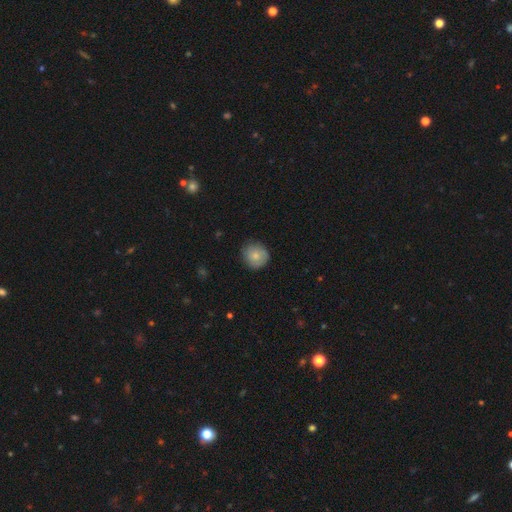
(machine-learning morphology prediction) This is likely a smooth galaxy (76%). How rounded: clearly round (91%). Merging: clearly none (81%).